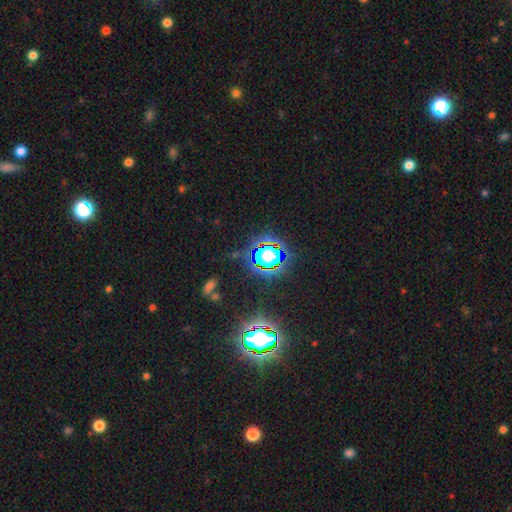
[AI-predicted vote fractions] smooth_or_featured: star or artifact (p=0.82) [alt: smooth p=0.12]